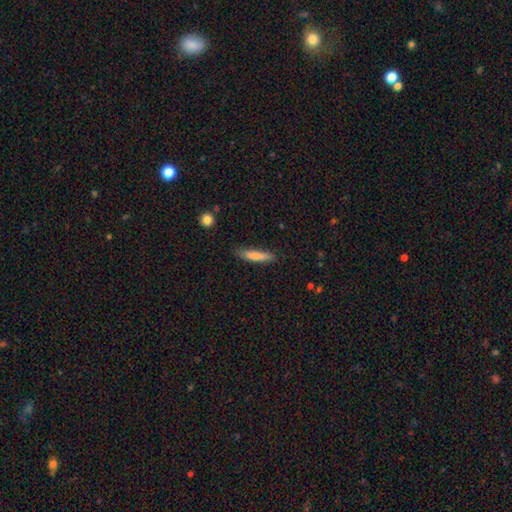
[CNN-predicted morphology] smooth-or-featured: smooth: 79% | featured or disk: 15% | star or artifact: 6%
  how-rounded: cigar-shaped: 85% | in between: 13% | round: 1%
  merging: none: 83% | minor disturbance: 13% | major disturbance: 2% | merger: 1%